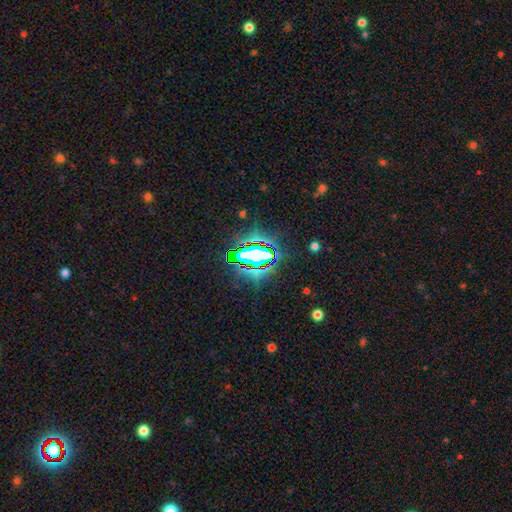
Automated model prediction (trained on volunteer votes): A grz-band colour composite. It shows a star or artifact, not a galaxy (71%).